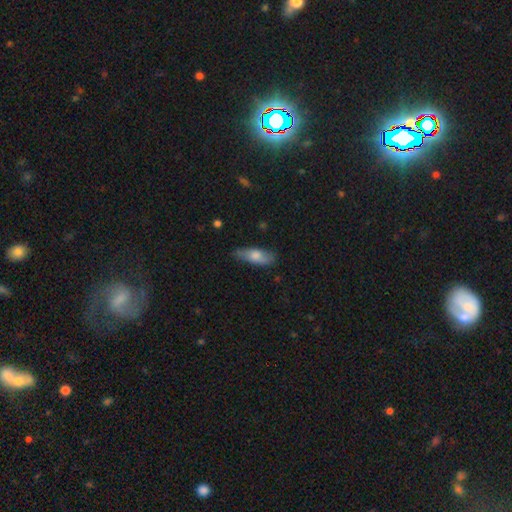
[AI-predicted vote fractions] This is likely a smooth galaxy (68%). How rounded: likely in between (62%). Merging: likely none (74%).